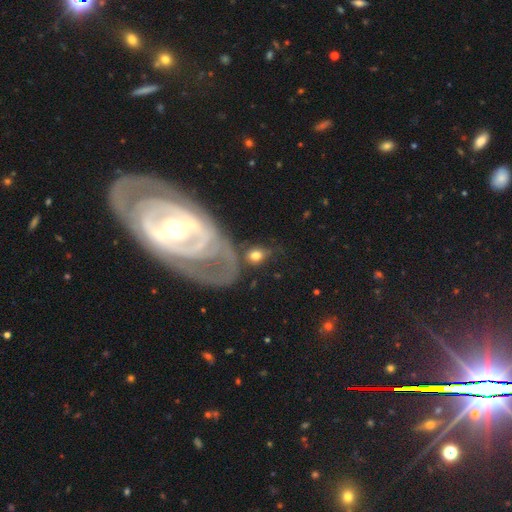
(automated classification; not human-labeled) smooth_or_featured: smooth (p=0.70) [alt: featured or disk p=0.22]
how_rounded: round (p=0.53) [alt: in between p=0.44]
merging: none (p=0.58) [alt: minor disturbance p=0.16]